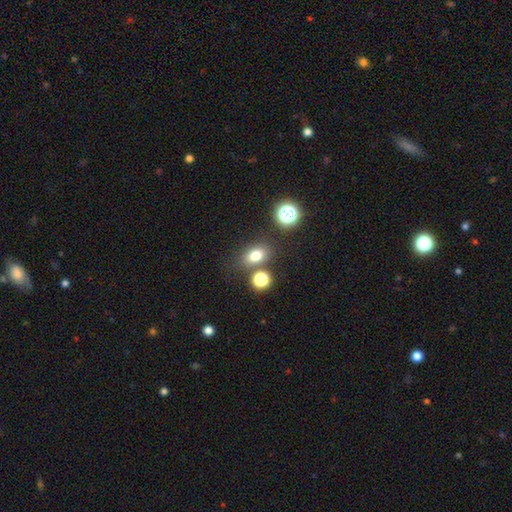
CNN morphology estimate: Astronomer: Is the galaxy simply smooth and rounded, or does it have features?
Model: smooth — 76%.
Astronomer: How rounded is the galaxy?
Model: in between — 64%.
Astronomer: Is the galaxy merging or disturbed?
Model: none — 73%.